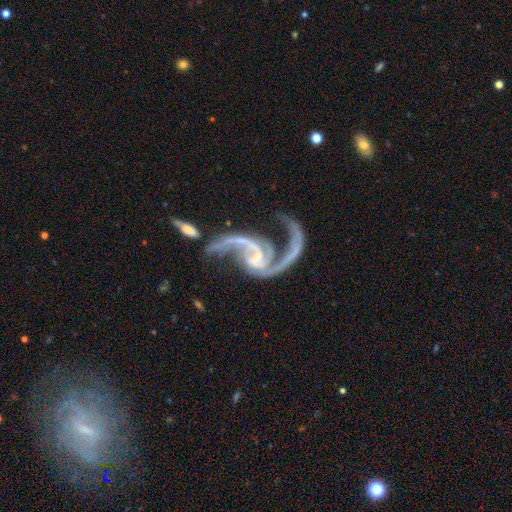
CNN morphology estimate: type=featured or disk (92%); edge-on=no (98%); bar=weak (41%, tied with no); spiral arms=yes (97%); winding=loose (71%); arm count=2 (87%); bulge=small (60%); merging=none (39%).